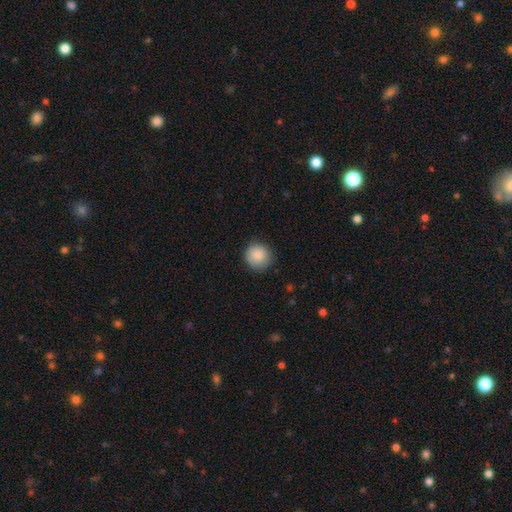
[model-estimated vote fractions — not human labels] Smooth or featured?
  - smooth: 86% *
  - star or artifact: 8%
  - featured or disk: 6%
How rounded?
  - round: 93% *
  - in between: 6%
  - cigar-shaped: 1%
Merging?
  - none: 83% *
  - minor disturbance: 13%
  - major disturbance: 3%
  - merger: 1%